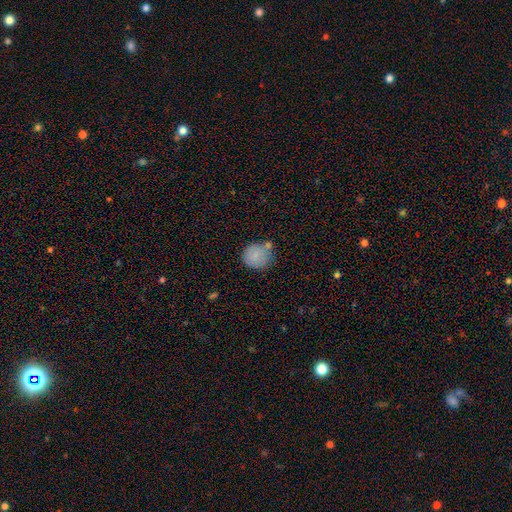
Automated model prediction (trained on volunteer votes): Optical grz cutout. It shows a smooth galaxy with no disk features (84%) that is round (85%). Merging: none (61%).